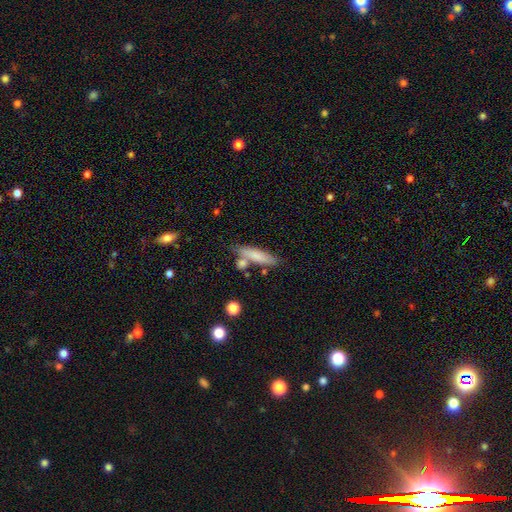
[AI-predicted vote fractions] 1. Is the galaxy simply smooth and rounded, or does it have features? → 75% smooth, 18% featured or disk, 7% star or artifact.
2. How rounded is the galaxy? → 75% cigar-shaped, 23% in between, 2% round.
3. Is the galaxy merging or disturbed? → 67% none, 16% minor disturbance, 14% merger, 4% major disturbance.